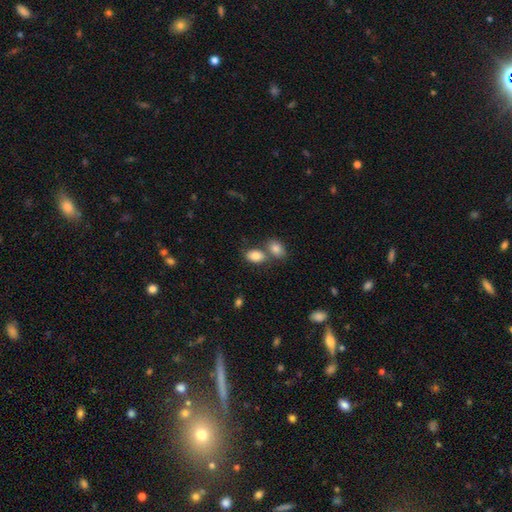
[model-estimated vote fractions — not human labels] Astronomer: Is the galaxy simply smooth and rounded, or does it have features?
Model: smooth — 83%.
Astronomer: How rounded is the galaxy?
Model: in between — 86%.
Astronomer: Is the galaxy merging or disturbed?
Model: none — 44% (runner-up: merger, 42%).